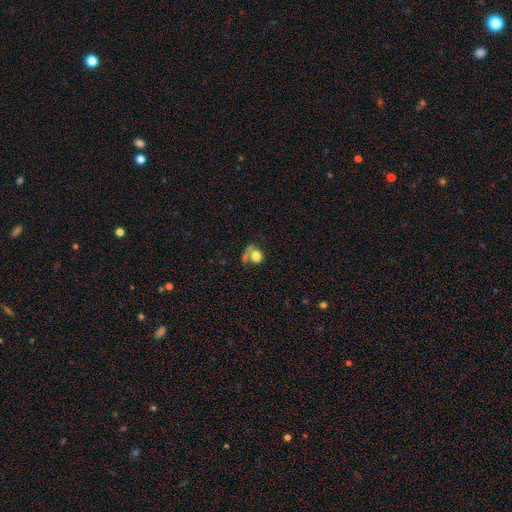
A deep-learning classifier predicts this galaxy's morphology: smooth-or-featured: smooth: 66% | featured or disk: 25% | star or artifact: 10%
  how-rounded: round: 62% | in between: 37% | cigar-shaped: 1%
  merging: none: 30% | major disturbance: 29% | merger: 25% | minor disturbance: 16%